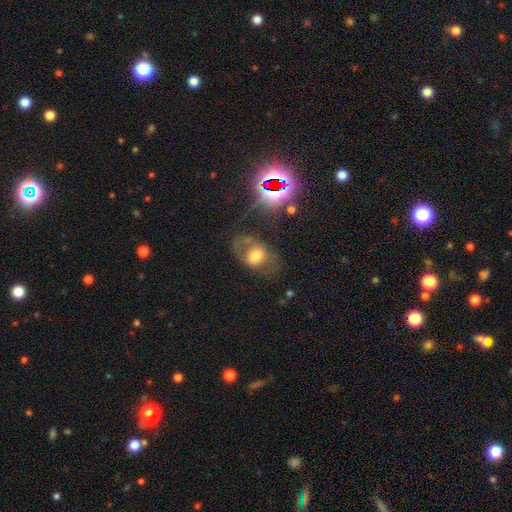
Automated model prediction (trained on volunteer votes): smooth 42%, featured or disk 41%, star or artifact 16%. Down the decision tree: merging — none (46%).